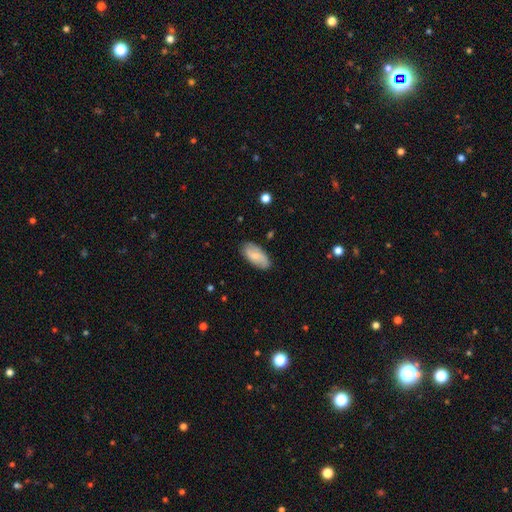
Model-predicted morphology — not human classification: The model was most divided on "smooth or featured": smooth: 59%, featured or disk: 34%, star or artifact: 7%. More confident: how rounded — in between (91%); merging — none (82%).